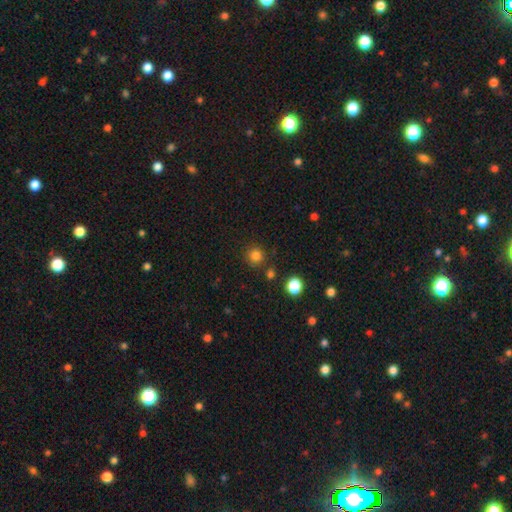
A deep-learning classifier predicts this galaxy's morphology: Q: Smooth or featured?
A: smooth (81%); runner-up: star or artifact (15%)
Q: How rounded?
A: round (94%); runner-up: in between (5%)
Q: Merging?
A: none (85%); runner-up: minor disturbance (7%)